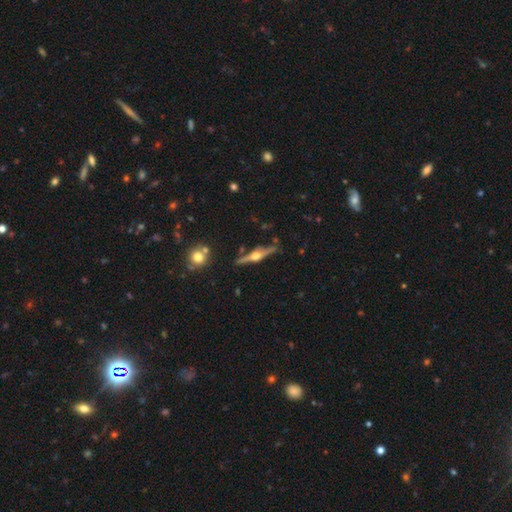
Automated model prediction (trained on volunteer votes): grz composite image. It shows a featured or disk galaxy (82%) viewed edge-on (98%) with a rounded central bulge (95%). Merging: none (85%).